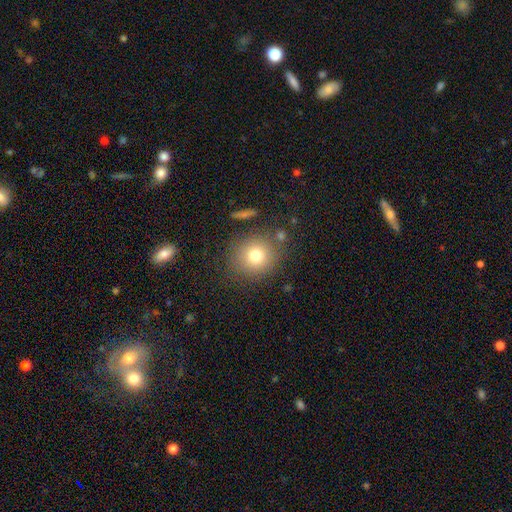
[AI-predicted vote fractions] This appears to be a smooth galaxy with no disk features (76%) that is round (86%). Merging: none (81%).